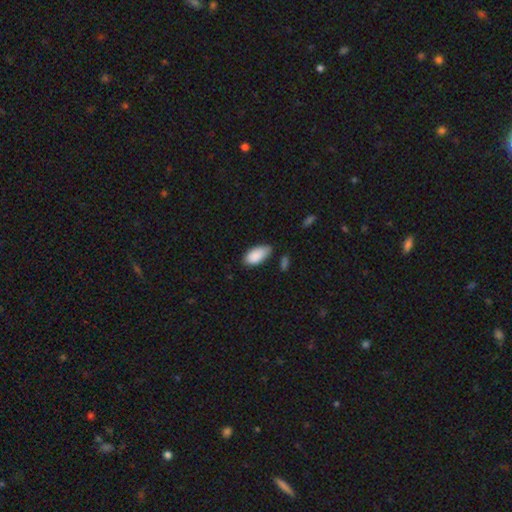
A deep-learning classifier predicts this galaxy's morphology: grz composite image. It shows a smooth galaxy with no disk features (89%) that is in between round and cigar-shaped (94%). Merging: none (63%).